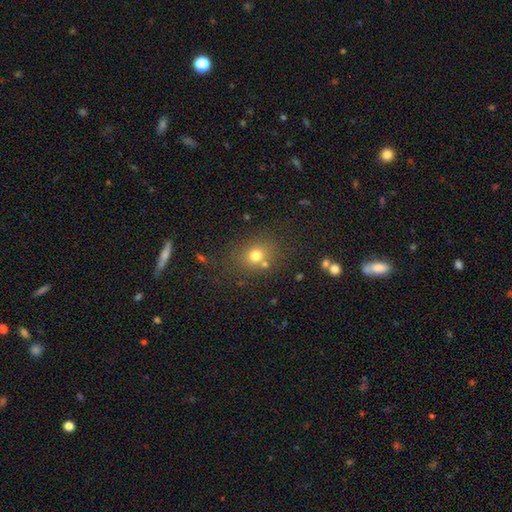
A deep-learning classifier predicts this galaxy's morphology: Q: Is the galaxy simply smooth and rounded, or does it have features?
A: smooth — 72%.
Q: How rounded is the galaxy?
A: round — 70%.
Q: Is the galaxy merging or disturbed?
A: none — 71%.